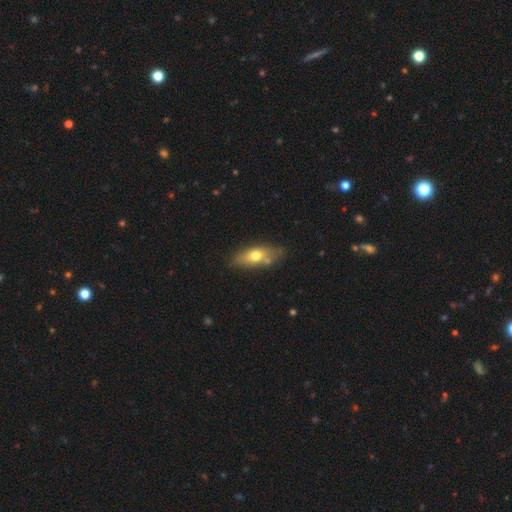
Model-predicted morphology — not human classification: smooth-or-featured: smooth: 65% | featured or disk: 28% | star or artifact: 7%
  how-rounded: in between: 75% | cigar-shaped: 21% | round: 5%
  merging: none: 70% | minor disturbance: 17% | merger: 8% | major disturbance: 4%